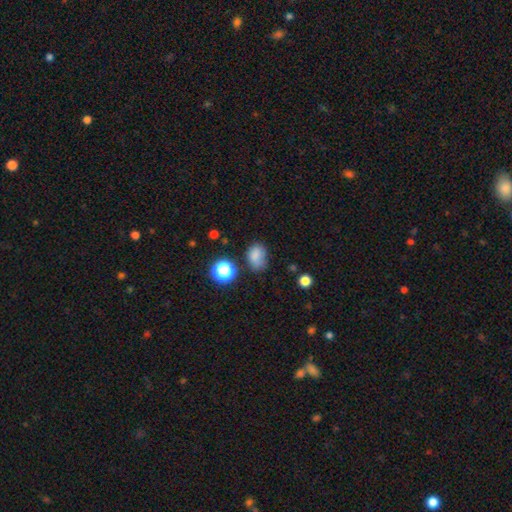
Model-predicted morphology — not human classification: Q: Smooth or featured?
A: smooth (79%); runner-up: star or artifact (14%)
Q: How rounded?
A: in between (71%); runner-up: round (28%)
Q: Merging?
A: none (57%); runner-up: minor disturbance (29%)